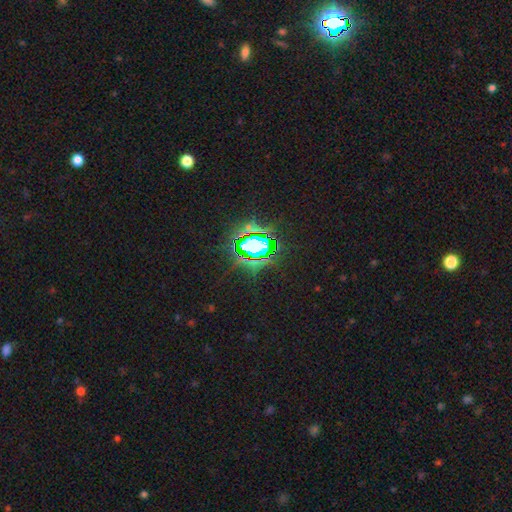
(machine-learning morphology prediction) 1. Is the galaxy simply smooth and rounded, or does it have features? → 77% star or artifact, 13% smooth, 10% featured or disk.